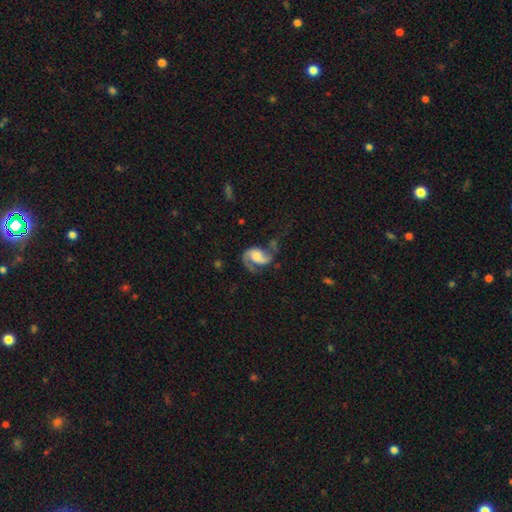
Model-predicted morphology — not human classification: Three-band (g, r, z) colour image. It shows a featured or disk galaxy (84%) with no bar (57%), 2 (84%) medium (47%) spiral arms (96%) and a moderate central bulge (35%). Merging: none (48%).